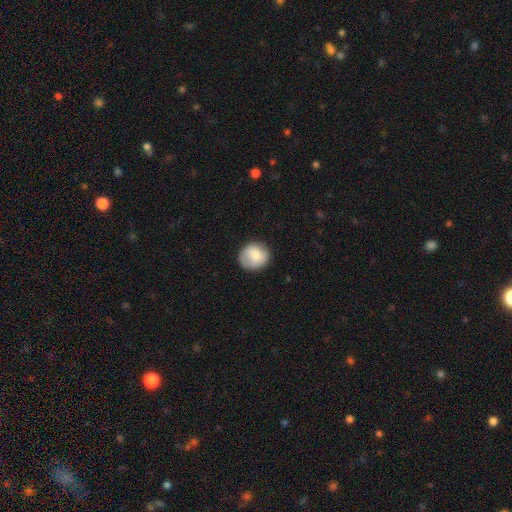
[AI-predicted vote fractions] Morphology: type=smooth (79%); roundness=round (83%); merging=none (81%).